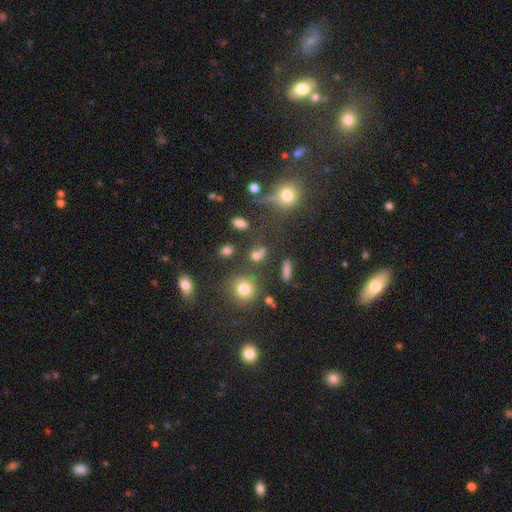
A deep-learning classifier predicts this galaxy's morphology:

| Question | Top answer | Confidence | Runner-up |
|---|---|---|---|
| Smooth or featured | smooth | 64% | star or artifact (23%) |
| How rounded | round | 50% | in between (44%) |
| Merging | none | 61% | merger (17%) |